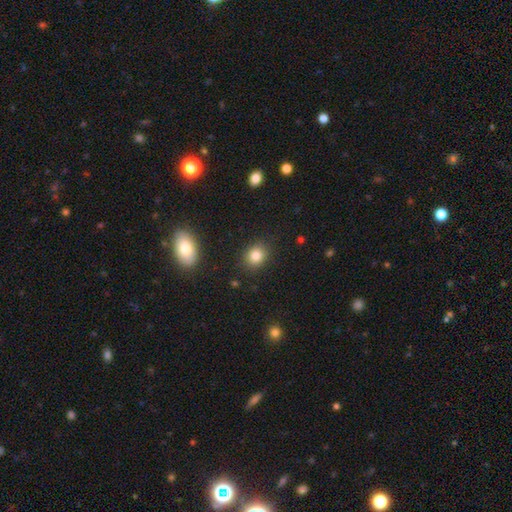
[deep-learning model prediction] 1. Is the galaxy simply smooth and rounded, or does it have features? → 83% smooth, 11% star or artifact, 6% featured or disk.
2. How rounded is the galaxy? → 61% round, 38% in between, 1% cigar-shaped.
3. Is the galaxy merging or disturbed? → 87% none, 9% minor disturbance, 3% major disturbance, 2% merger.